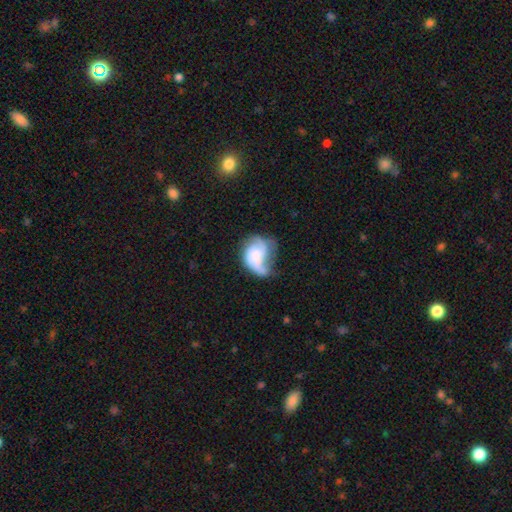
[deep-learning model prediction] A featured or disk galaxy (60%) with no bar (73%), spiral arms (83%) and no central bulge (29%). Merging: major disturbance (37%).